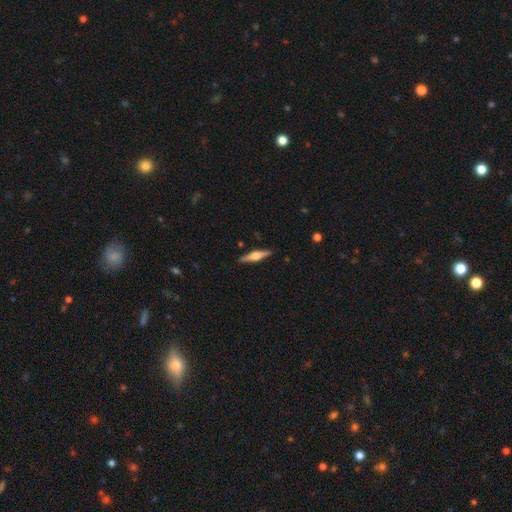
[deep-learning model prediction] smooth_or_featured: featured or disk (p=0.70) [alt: smooth p=0.25]
disk_edge_on: yes (p=0.97) [alt: no p=0.03]
edge_on_bulge: rounded (p=0.87) [alt: boxy p=0.10]
merging: none (p=0.90) [alt: minor disturbance p=0.07]